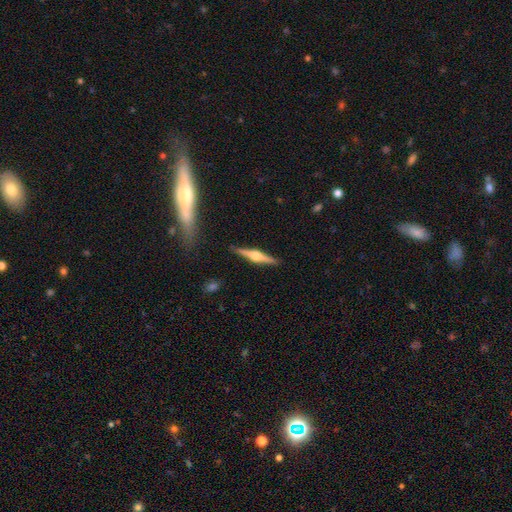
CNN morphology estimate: This is likely a featured or disk galaxy (76%). It is clearly viewed edge-on (98%). Edge-on bulge: clearly rounded (91%). Merging: clearly none (90%).